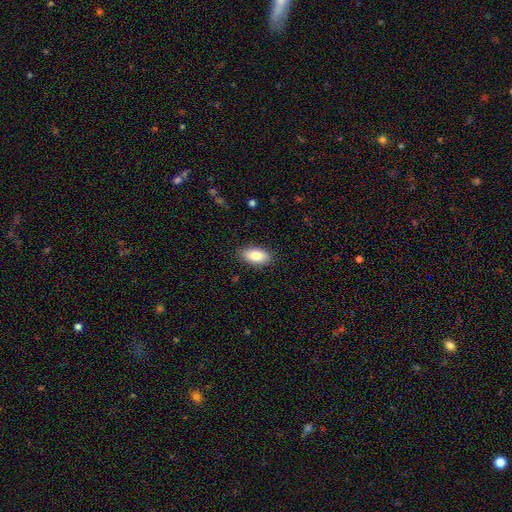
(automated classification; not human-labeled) smooth-or-featured: smooth: 84% | featured or disk: 9% | star or artifact: 7%
  how-rounded: in between: 93% | round: 4% | cigar-shaped: 3%
  merging: none: 88% | minor disturbance: 9% | major disturbance: 2% | merger: 1%